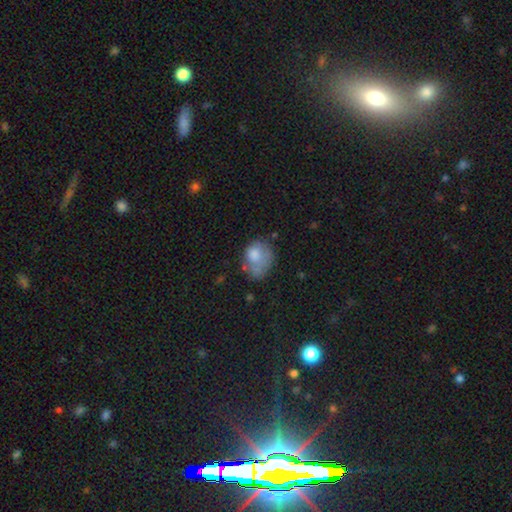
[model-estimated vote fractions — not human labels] Smooth or featured: smooth — 70% (featured or disk — 21%)
How rounded: in between — 58% (round — 41%)
Merging: none — 38% (minor disturbance — 30%)